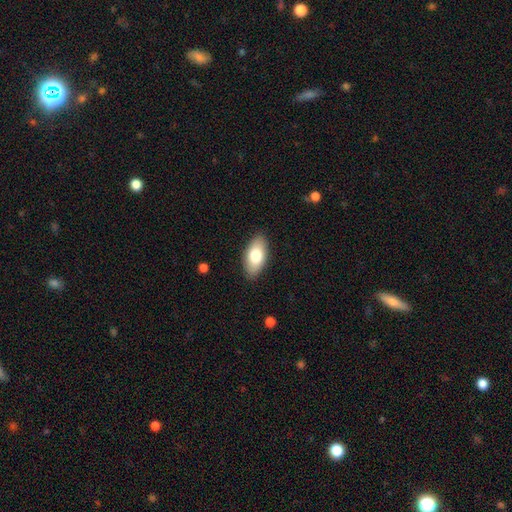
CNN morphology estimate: smooth-or-featured: smooth: 78% | featured or disk: 16% | star or artifact: 6%
  how-rounded: in between: 93% | cigar-shaped: 4% | round: 3%
  merging: none: 88% | minor disturbance: 9% | major disturbance: 2% | merger: 1%